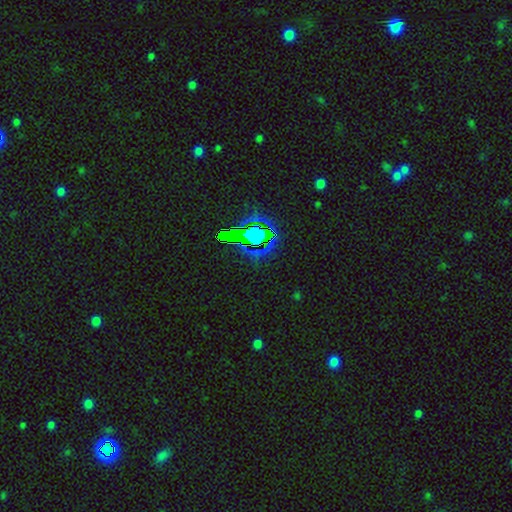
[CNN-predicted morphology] Q: Smooth or featured?
A: star or artifact (73%); runner-up: smooth (15%)